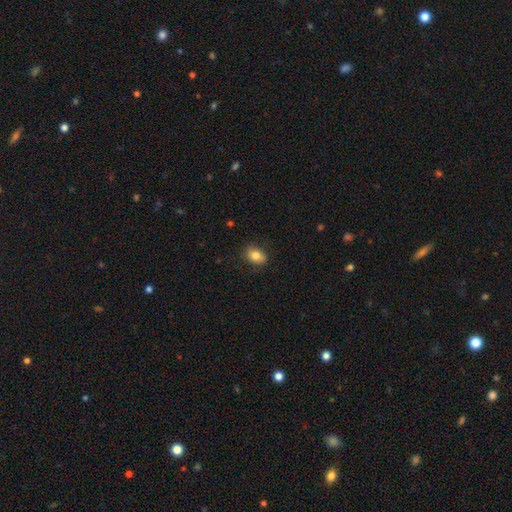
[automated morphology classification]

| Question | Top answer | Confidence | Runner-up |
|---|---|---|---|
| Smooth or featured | smooth | 82% | featured or disk (9%) |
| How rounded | in between | 65% | round (34%) |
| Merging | none | 84% | minor disturbance (13%) |